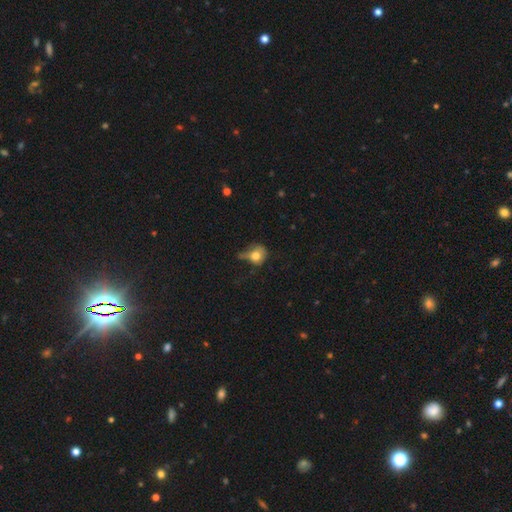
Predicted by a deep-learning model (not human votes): This appears to be a smooth galaxy with no disk features (72%) that is round (63%). Merging: minor disturbance (32%).